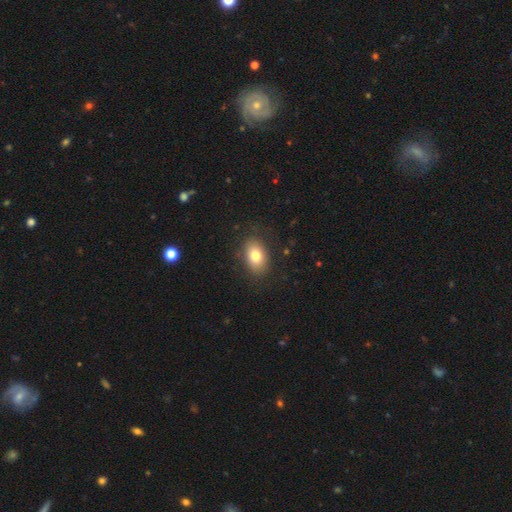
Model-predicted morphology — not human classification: Smooth or featured: smooth — 79% (featured or disk — 12%)
How rounded: in between — 83% (round — 16%)
Merging: none — 85% (minor disturbance — 11%)